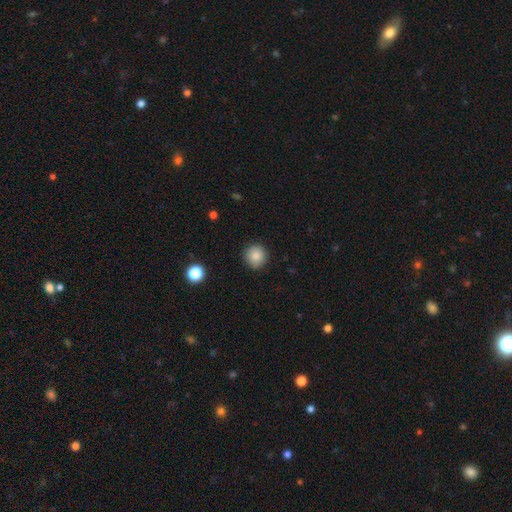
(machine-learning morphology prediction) smooth-or-featured: smooth: 87% | star or artifact: 9% | featured or disk: 4%
  how-rounded: round: 94% | in between: 6% | cigar-shaped: 1%
  merging: none: 90% | minor disturbance: 7% | major disturbance: 2% | merger: 1%